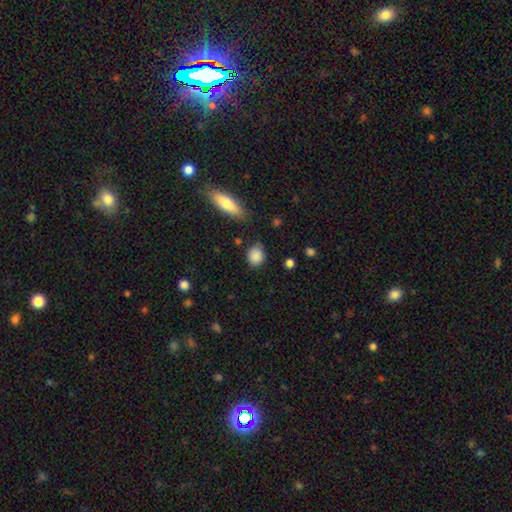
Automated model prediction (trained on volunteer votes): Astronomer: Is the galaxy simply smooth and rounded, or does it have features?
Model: smooth — 87%.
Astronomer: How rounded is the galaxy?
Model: round — 65%.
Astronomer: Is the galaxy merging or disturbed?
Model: none — 79%.